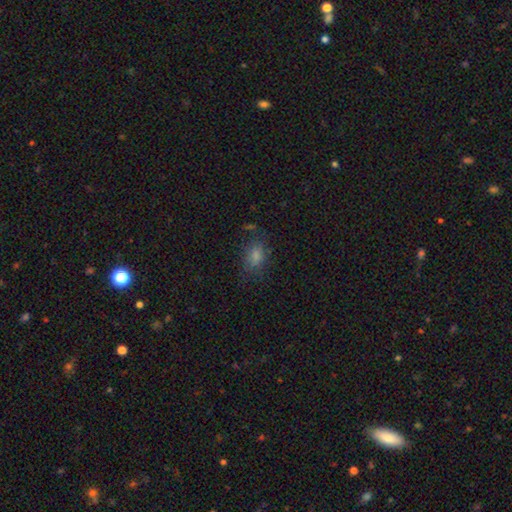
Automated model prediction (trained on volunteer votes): Smooth or featured?
  - smooth: 67% *
  - star or artifact: 23%
  - featured or disk: 10%
How rounded?
  - in between: 75% *
  - round: 22%
  - cigar-shaped: 3%
Merging?
  - none: 72% *
  - minor disturbance: 18%
  - major disturbance: 7%
  - merger: 3%